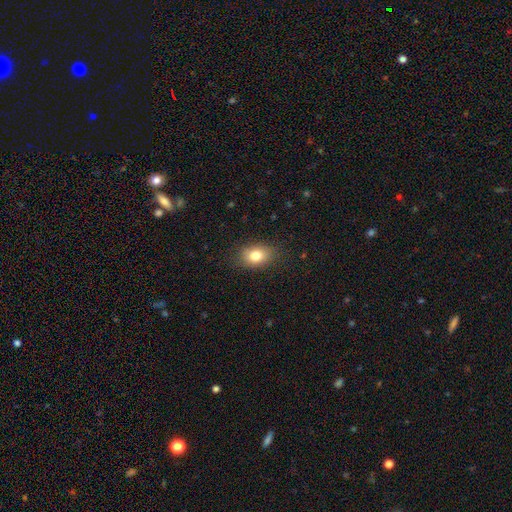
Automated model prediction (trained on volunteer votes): Smooth or featured?
  - smooth: 80% *
  - featured or disk: 10%
  - star or artifact: 10%
How rounded?
  - in between: 73% *
  - round: 25%
  - cigar-shaped: 1%
Merging?
  - none: 84% *
  - minor disturbance: 11%
  - major disturbance: 3%
  - merger: 1%